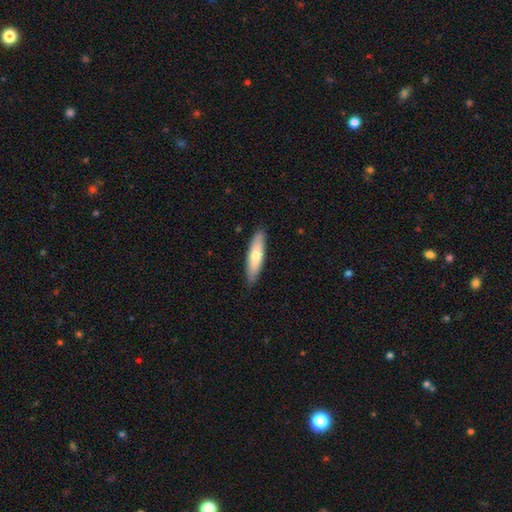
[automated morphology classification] This appears to be a smooth galaxy with no disk features (69%) that is cigar-shaped (71%). Merging: none (88%).